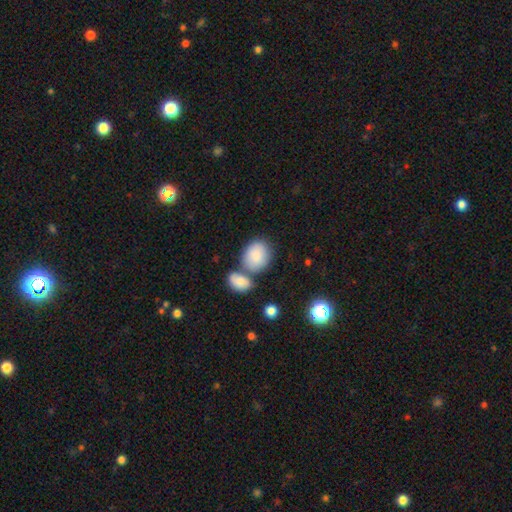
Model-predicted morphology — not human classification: Smooth or featured? Predicted: smooth (p=0.85). How rounded? Predicted: in between (p=0.50). Merging? Predicted: none (p=0.47).